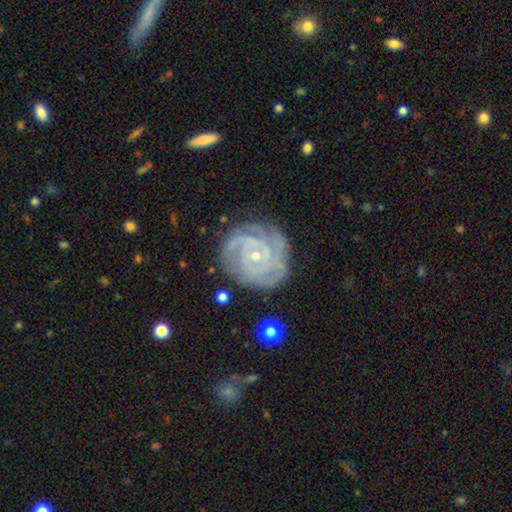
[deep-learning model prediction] This appears to be a featured or disk galaxy (88%) with no bar (69%), 3 (31%) tight (78%) spiral arms (98%) and a small central bulge (81%). Merging: none (78%).